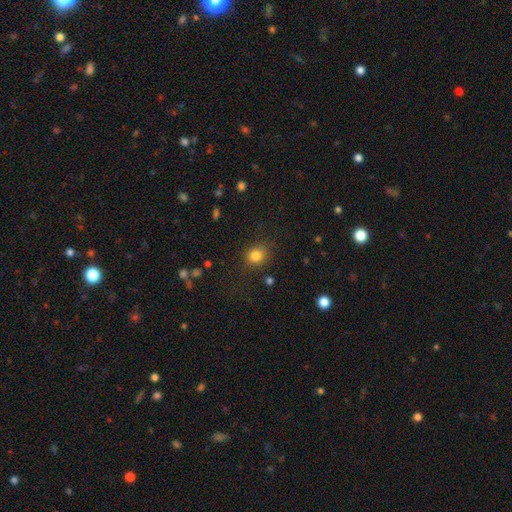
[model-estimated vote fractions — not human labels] This is clearly a smooth galaxy (82%). How rounded: likely round (78%). Merging: clearly none (81%).